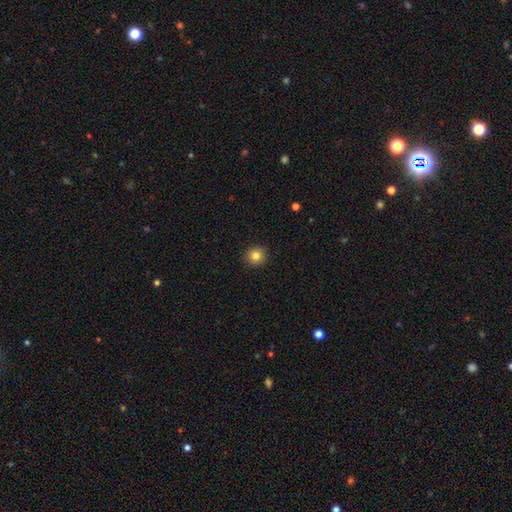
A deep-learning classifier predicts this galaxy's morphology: smooth 83%, star or artifact 11%, featured or disk 6%. Down the decision tree: how rounded — round (90%); merging — none (92%).